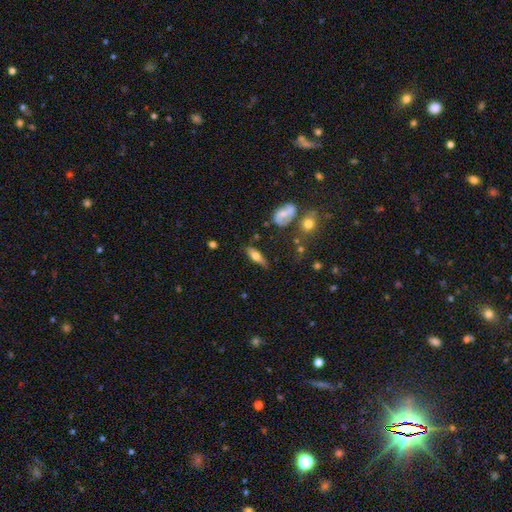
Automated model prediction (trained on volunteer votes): The model was most divided on "smooth or featured": featured or disk: 50%, smooth: 43%, star or artifact: 7%. More confident: merging — none (75%).